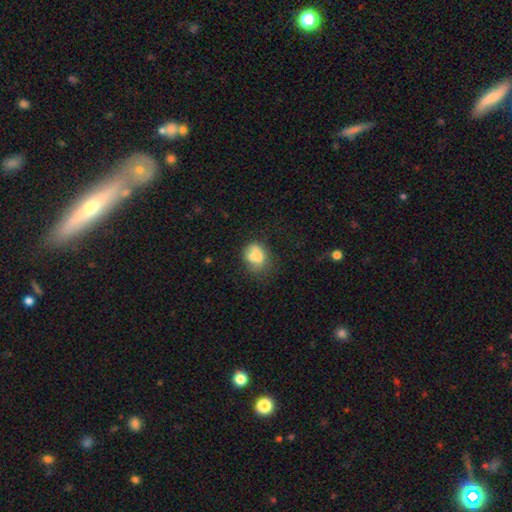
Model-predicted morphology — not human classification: This is likely a smooth galaxy (73%). How rounded: likely in between (61%). Merging: marginally none (44%).